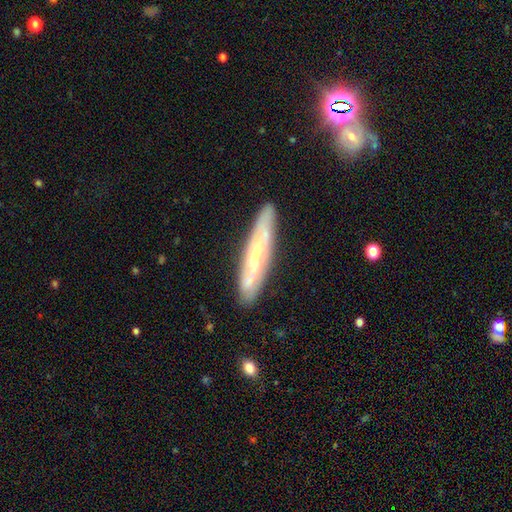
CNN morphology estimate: The model was most divided on "edge-on disk": yes: 60%, no: 40%. More confident: merging — none (82%); smooth or featured — featured or disk (58%).